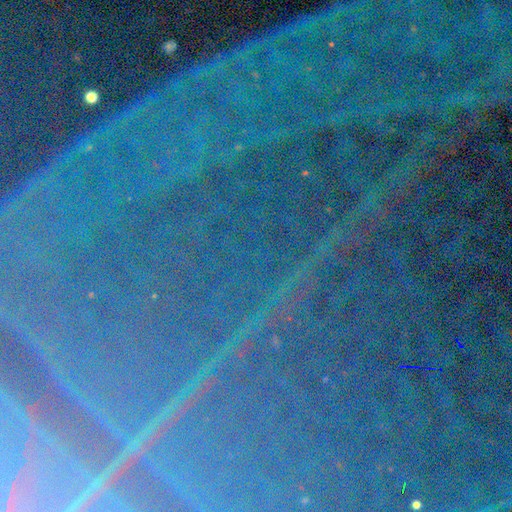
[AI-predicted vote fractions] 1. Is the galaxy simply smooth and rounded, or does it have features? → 89% star or artifact, 6% featured or disk, 5% smooth.